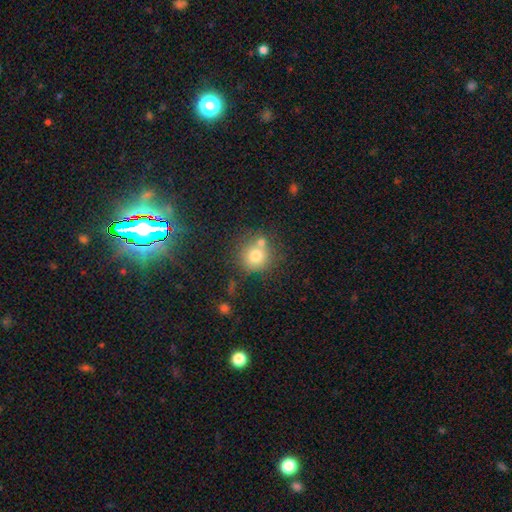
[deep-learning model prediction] Smooth or featured?
  - smooth: 74% *
  - featured or disk: 14%
  - star or artifact: 12%
How rounded?
  - round: 89% *
  - in between: 10%
  - cigar-shaped: 1%
Merging?
  - none: 60% *
  - merger: 25%
  - minor disturbance: 11%
  - major disturbance: 4%